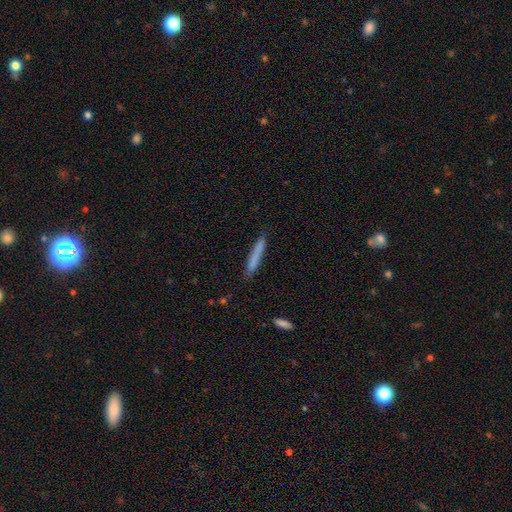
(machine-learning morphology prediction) smooth-or-featured: smooth: 75% | featured or disk: 18% | star or artifact: 7%
  how-rounded: cigar-shaped: 95% | in between: 3% | round: 1%
  merging: none: 87% | minor disturbance: 10% | major disturbance: 2% | merger: 1%